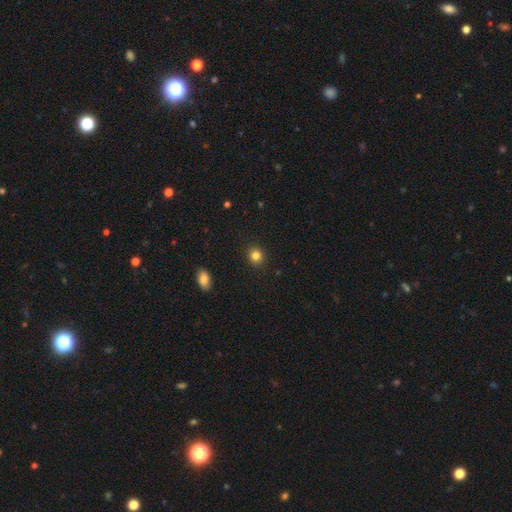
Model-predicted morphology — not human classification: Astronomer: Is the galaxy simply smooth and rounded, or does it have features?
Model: smooth — 83%.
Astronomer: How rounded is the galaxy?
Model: round — 84%.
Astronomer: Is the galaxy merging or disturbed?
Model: none — 91%.